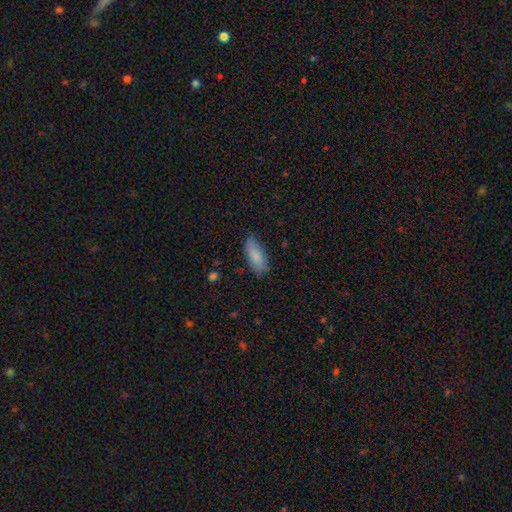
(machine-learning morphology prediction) Smooth or featured? Predicted: smooth (p=0.85). How rounded? Predicted: in between (p=0.81). Merging? Predicted: none (p=0.79).